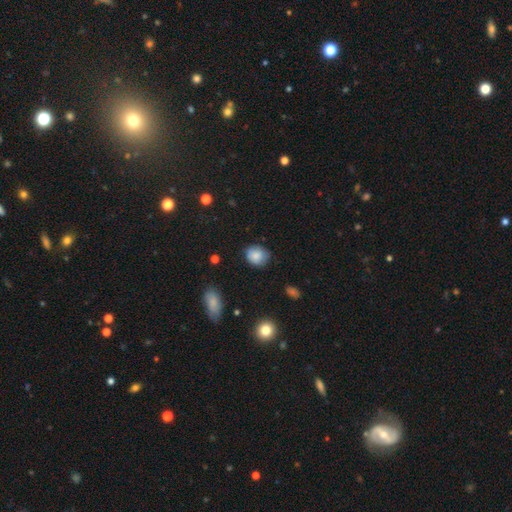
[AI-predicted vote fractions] smooth-or-featured: smooth: 82% | featured or disk: 10% | star or artifact: 8%
  how-rounded: round: 64% | in between: 35% | cigar-shaped: 1%
  merging: none: 72% | minor disturbance: 23% | major disturbance: 4% | merger: 1%